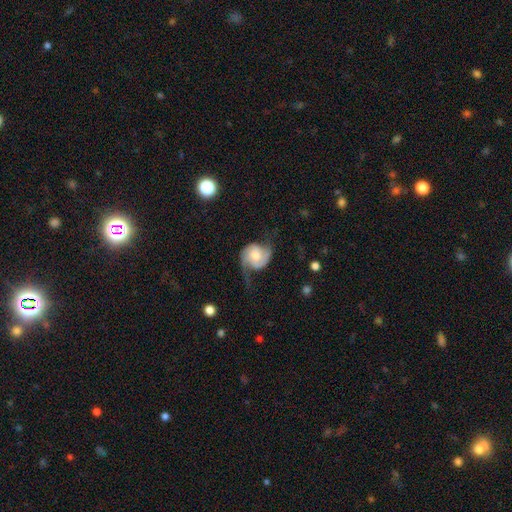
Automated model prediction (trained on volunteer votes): The model was most divided on "spiral winding": loose: 42%, medium: 38%, tight: 20%. More confident: edge-on disk — no (97%); spiral arms — yes (94%); spiral arm count — 2 (86%); smooth or featured — featured or disk (74%); bar — no (67%); bulge size — moderate (55%); merging — none (51%).